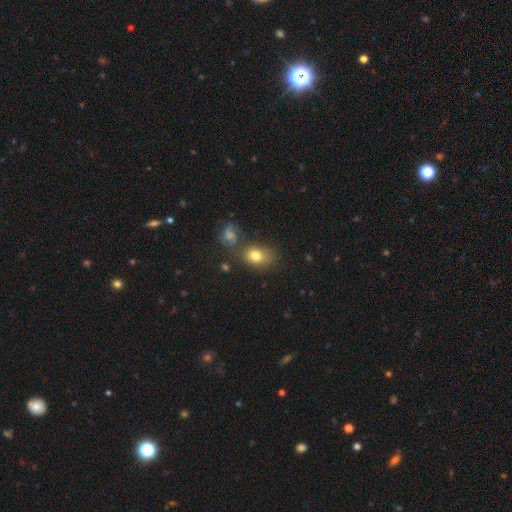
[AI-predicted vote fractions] Q: Smooth or featured?
A: smooth (77%); runner-up: featured or disk (12%)
Q: How rounded?
A: in between (66%); runner-up: round (32%)
Q: Merging?
A: none (58%); runner-up: minor disturbance (17%)